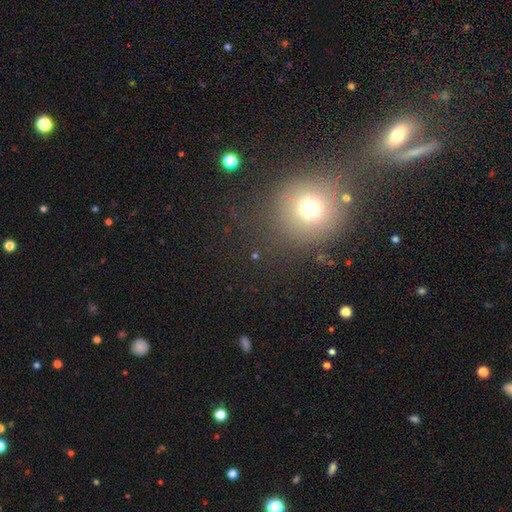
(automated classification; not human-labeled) Smooth or featured: smooth — 60% (star or artifact — 29%)
How rounded: round — 86% (in between — 12%)
Merging: none — 80% (minor disturbance — 10%)